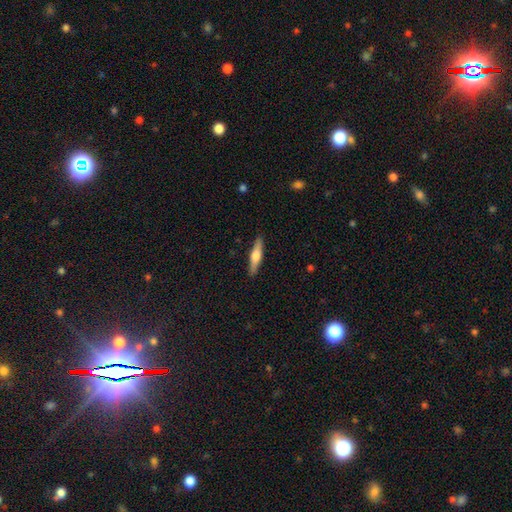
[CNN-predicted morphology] This appears to be a featured or disk galaxy (47%, tied with smooth). Merging: none (90%).